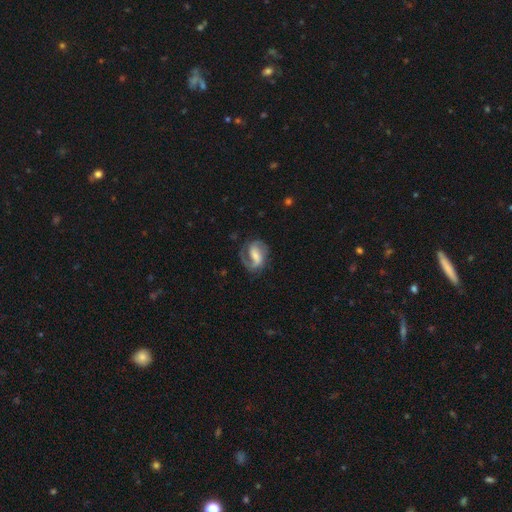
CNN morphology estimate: The model was most divided on "bulge size": moderate: 35%, small: 31%, none: 18%, large: 14%, dominant: 2%. Remaining: edge-on disk — no (98%); spiral arms — yes (95%); smooth or featured — featured or disk (81%); spiral arm count — 2 (71%); merging — none (66%); spiral winding — medium (50%); bar — weak (45%).